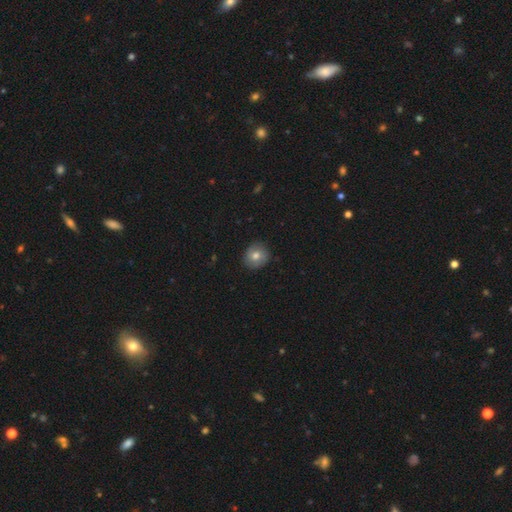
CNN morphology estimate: smooth-or-featured: smooth: 74% | featured or disk: 17% | star or artifact: 9%
  how-rounded: round: 83% | in between: 16% | cigar-shaped: 1%
  merging: none: 86% | minor disturbance: 11% | major disturbance: 2% | merger: 1%